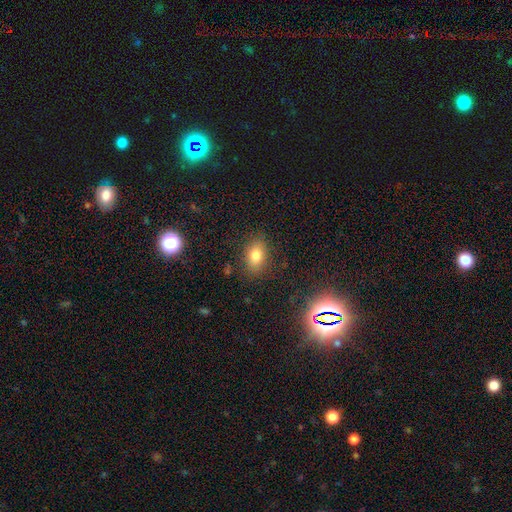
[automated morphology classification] Overall: smooth (80%). How rounded: in between (84%). Merging: none (83%).